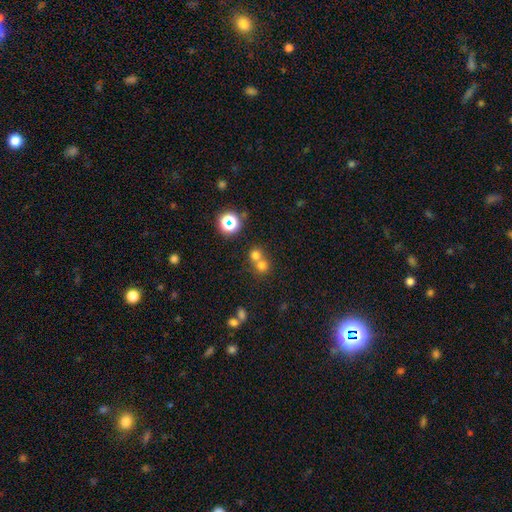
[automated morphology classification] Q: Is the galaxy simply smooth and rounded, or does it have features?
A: smooth — 67%.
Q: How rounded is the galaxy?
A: round — 85%.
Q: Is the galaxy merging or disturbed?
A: merger — 52%.